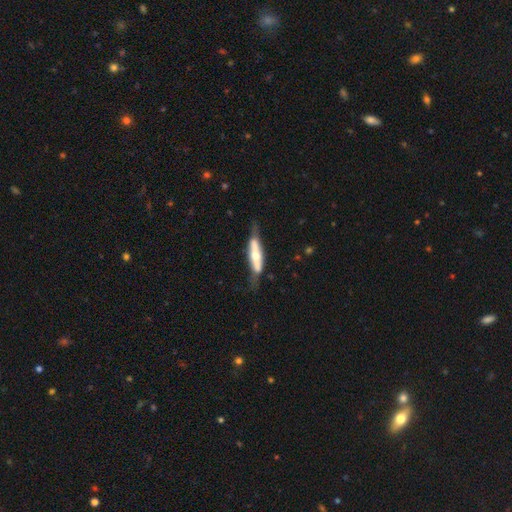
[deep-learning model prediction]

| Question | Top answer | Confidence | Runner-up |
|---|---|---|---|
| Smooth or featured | featured or disk | 61% | smooth (34%) |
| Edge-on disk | yes | 70% | no (30%) |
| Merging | none | 55% | minor disturbance (27%) |